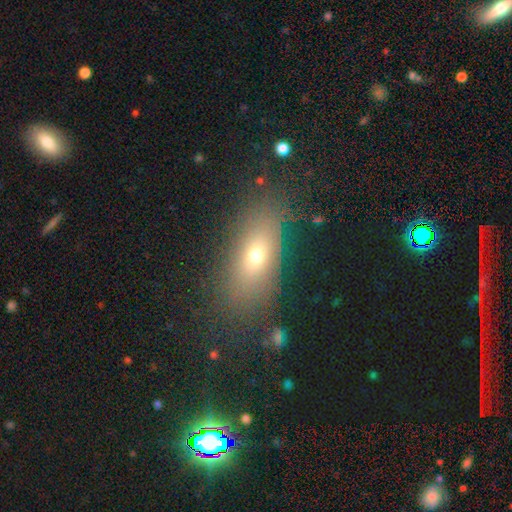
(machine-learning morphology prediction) Smooth or featured? Predicted: smooth (p=0.63). How rounded? Predicted: in between (p=0.74). Merging? Predicted: none (p=0.80).